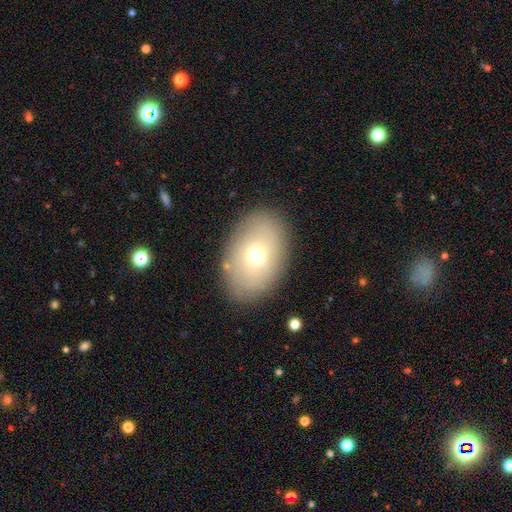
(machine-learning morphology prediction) The model was most divided on "smooth or featured": smooth: 62%, featured or disk: 28%, star or artifact: 10%. More confident: merging — none (84%); how rounded — in between (84%).